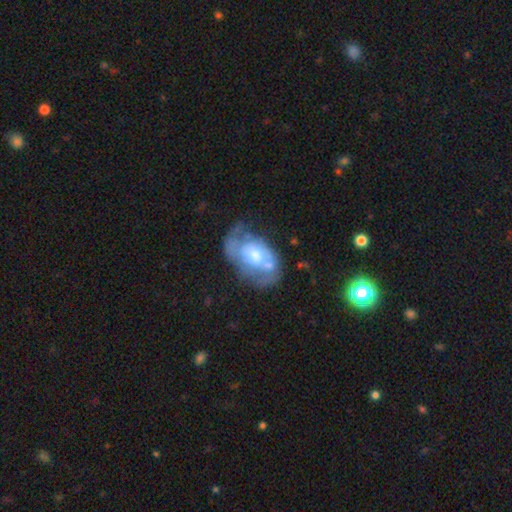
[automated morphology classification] smooth-or-featured: featured or disk: 63% | smooth: 30% | star or artifact: 7%
  disk-edge-on: no: 95% | yes: 5%
    bar: no: 77% | weak: 19% | strong: 4%
    has-spiral-arms: yes: 54% | no: 46%
    bulge-size: moderate: 57% | large: 20% | small: 18% | none: 3% | dominant: 2%
  merging: none: 38% | minor disturbance: 28% | major disturbance: 23% | merger: 10%